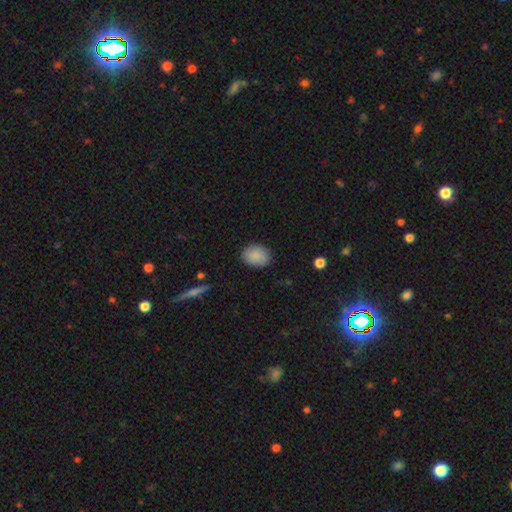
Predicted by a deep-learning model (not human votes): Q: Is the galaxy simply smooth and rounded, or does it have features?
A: smooth — 88%.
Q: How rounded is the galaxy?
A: in between — 61%.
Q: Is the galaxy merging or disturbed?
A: none — 85%.